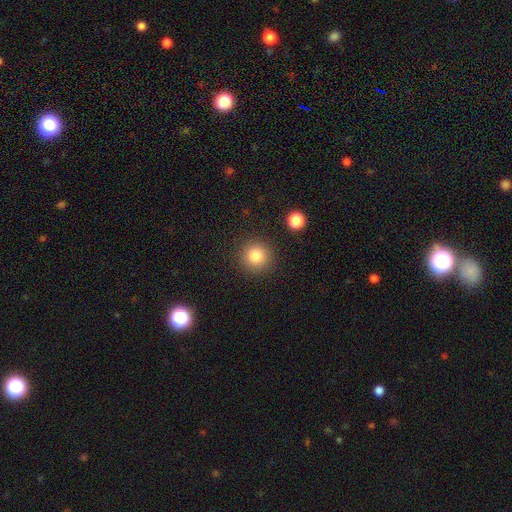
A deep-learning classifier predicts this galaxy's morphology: Q: Smooth or featured?
A: smooth (83%); runner-up: star or artifact (11%)
Q: How rounded?
A: round (94%); runner-up: in between (5%)
Q: Merging?
A: none (89%); runner-up: minor disturbance (6%)